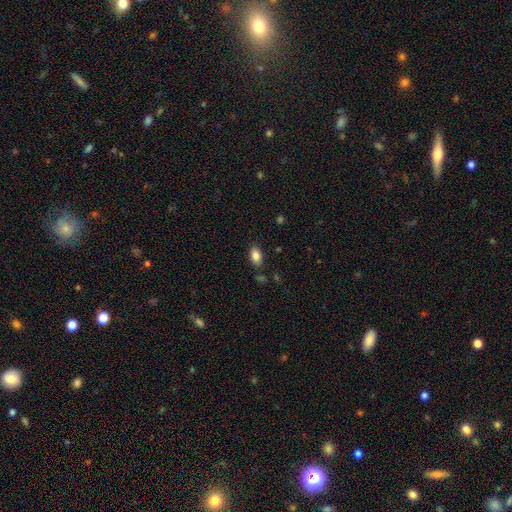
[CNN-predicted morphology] Overall: smooth (85%). How rounded: in between (91%). Merging: none (83%).